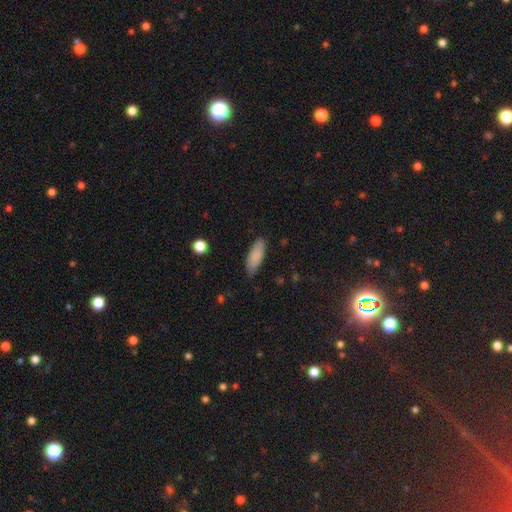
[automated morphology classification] smooth-or-featured: smooth: 86% | featured or disk: 7% | star or artifact: 6%
  how-rounded: in between: 64% | cigar-shaped: 34% | round: 2%
  merging: none: 79% | minor disturbance: 17% | major disturbance: 3% | merger: 1%